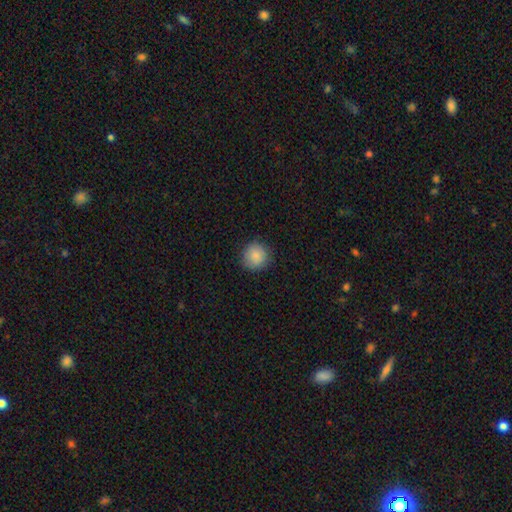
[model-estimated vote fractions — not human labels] Smooth or featured: smooth — 87% (star or artifact — 8%)
How rounded: round — 93% (in between — 6%)
Merging: none — 87% (minor disturbance — 10%)